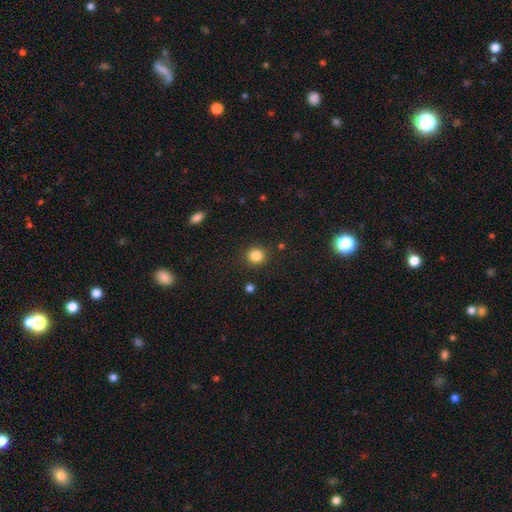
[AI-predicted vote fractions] smooth 85%, star or artifact 11%, featured or disk 4%. Down the decision tree: how rounded — round (83%); merging — none (89%).